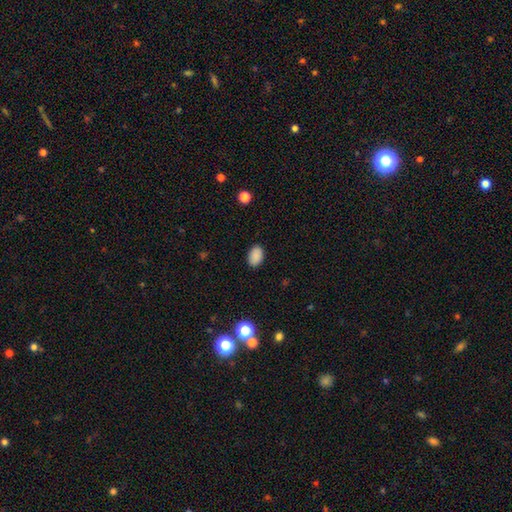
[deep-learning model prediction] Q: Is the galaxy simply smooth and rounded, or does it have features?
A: smooth — 89%.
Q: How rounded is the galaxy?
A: in between — 89%.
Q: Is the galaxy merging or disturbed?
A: none — 88%.